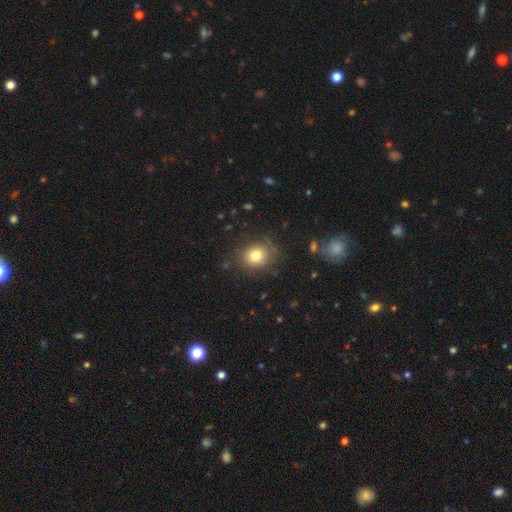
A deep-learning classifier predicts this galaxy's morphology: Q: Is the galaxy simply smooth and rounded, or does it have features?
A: smooth — 77%.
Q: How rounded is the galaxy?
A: round — 75%.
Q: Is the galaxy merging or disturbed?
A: none — 81%.